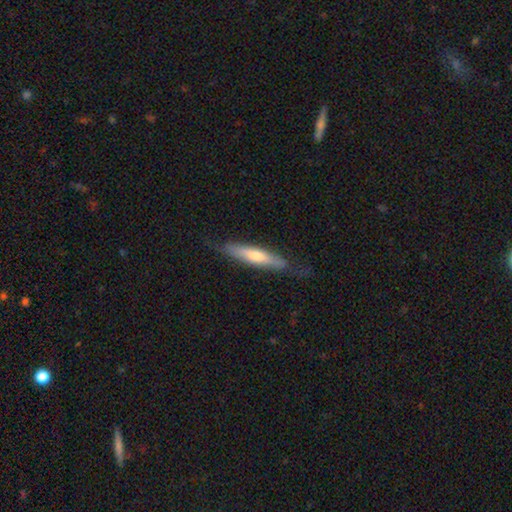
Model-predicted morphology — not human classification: A smooth galaxy with no disk features (48%).

Vote fractions:
- Smooth or featured? smooth: 48% / featured or disk: 46% / star or artifact: 6%
- Merging? none: 78% / minor disturbance: 17% / major disturbance: 4% / merger: 1%